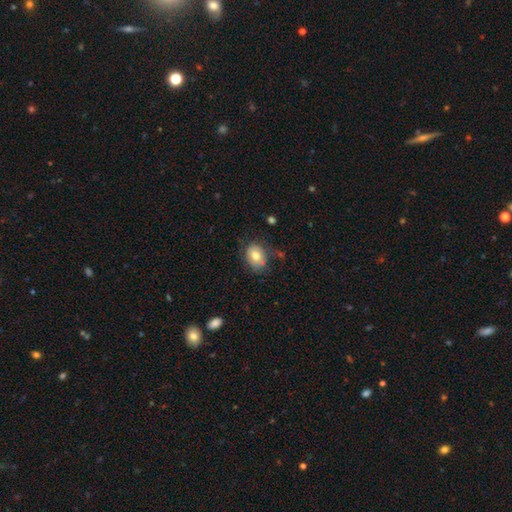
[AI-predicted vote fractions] smooth_or_featured: smooth (p=0.74) [alt: featured or disk p=0.18]
how_rounded: in between (p=0.64) [alt: round p=0.35]
merging: none (p=0.65) [alt: minor disturbance p=0.23]